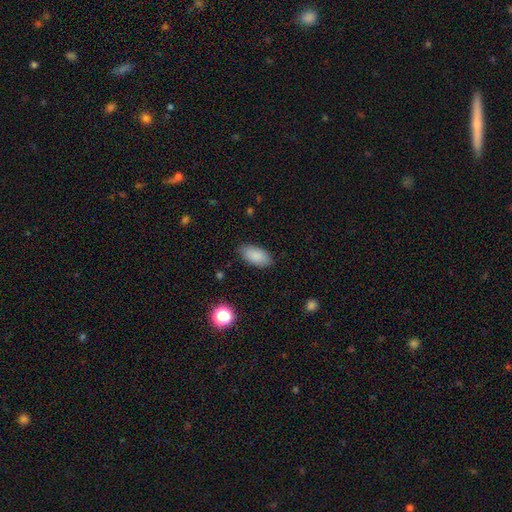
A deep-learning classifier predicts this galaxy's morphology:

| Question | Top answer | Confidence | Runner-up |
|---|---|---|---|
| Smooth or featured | smooth | 88% | star or artifact (7%) |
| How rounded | in between | 93% | cigar-shaped (4%) |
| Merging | none | 86% | minor disturbance (10%) |